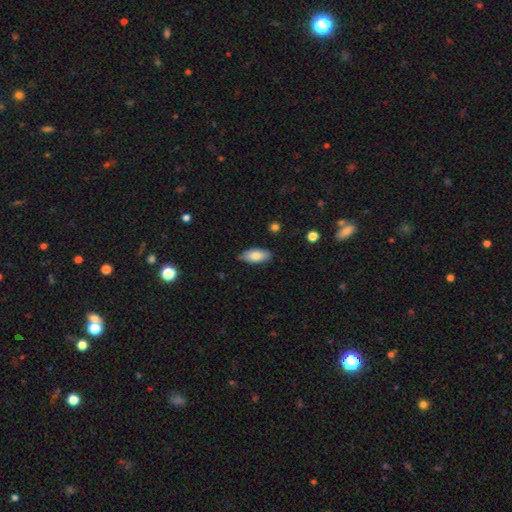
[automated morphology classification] The model was most divided on "smooth or featured": smooth: 80%, featured or disk: 13%, star or artifact: 6%. More confident: how rounded — in between (88%); merging — none (83%).